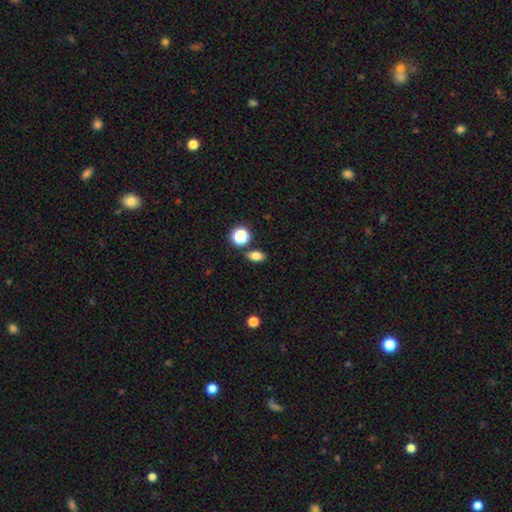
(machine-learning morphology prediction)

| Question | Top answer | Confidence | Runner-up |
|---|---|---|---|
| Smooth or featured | smooth | 80% | star or artifact (13%) |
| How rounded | in between | 79% | round (18%) |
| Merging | none | 83% | minor disturbance (9%) |